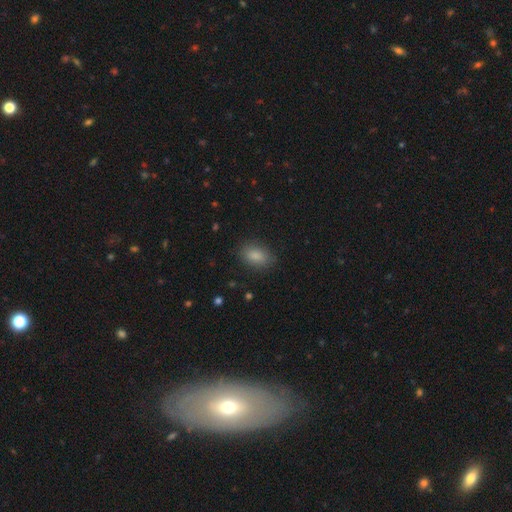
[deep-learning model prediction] Smooth or featured: smooth — 87% (star or artifact — 8%)
How rounded: in between — 87% (round — 11%)
Merging: none — 85% (minor disturbance — 11%)